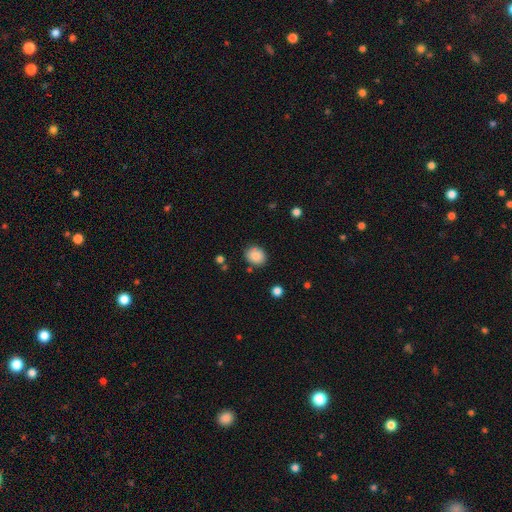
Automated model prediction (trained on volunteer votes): Morphology: type=smooth (86%); roundness=round (59%); merging=none (82%).